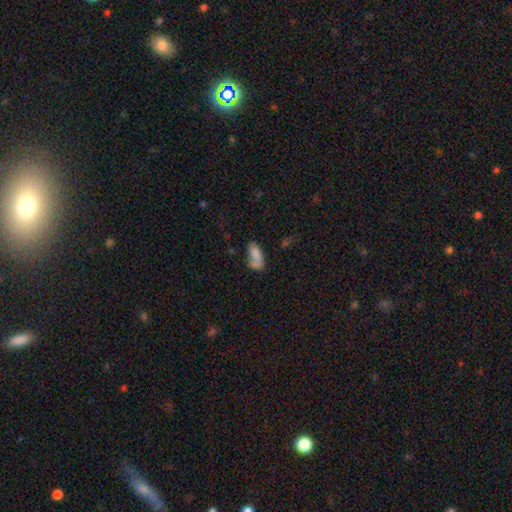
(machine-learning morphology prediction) Q: Smooth or featured?
A: smooth (76%); runner-up: featured or disk (14%)
Q: How rounded?
A: in between (87%); runner-up: cigar-shaped (9%)
Q: Merging?
A: none (42%); runner-up: merger (24%)